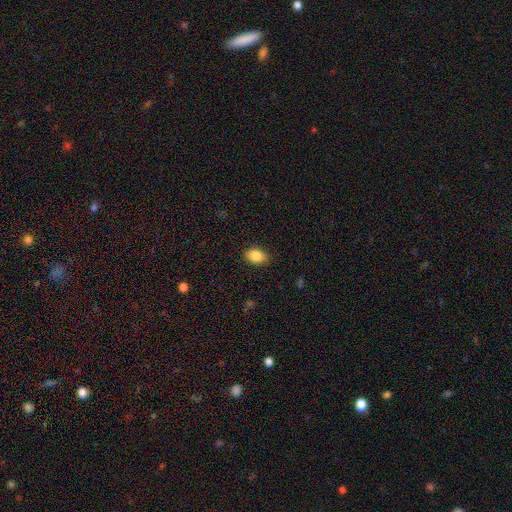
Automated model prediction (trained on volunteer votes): This appears to be a smooth galaxy with no disk features (86%) that is in between round and cigar-shaped (84%). Merging: none (86%).